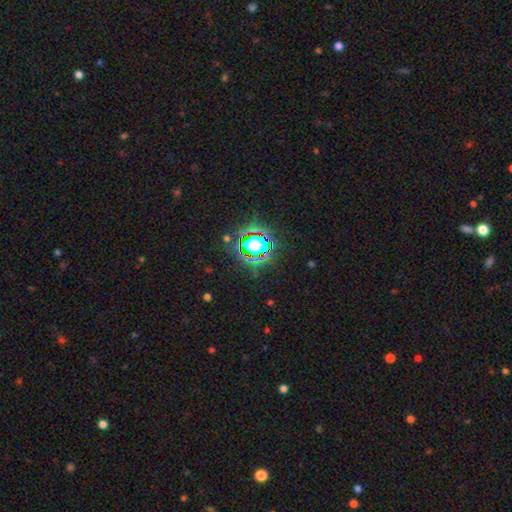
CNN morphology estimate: This appears to be a star or artifact, not a galaxy (78%).